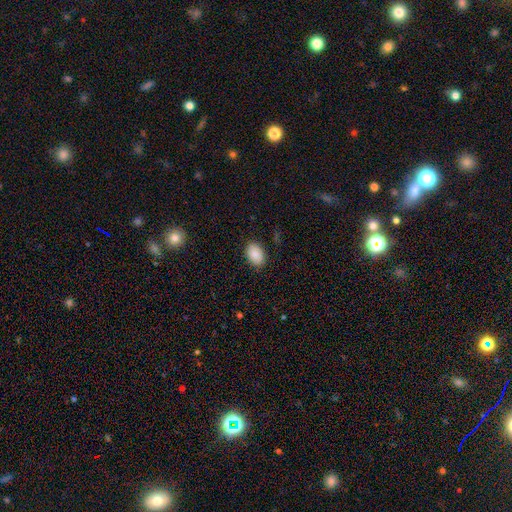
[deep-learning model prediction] The model was most divided on "how rounded": in between: 84%, round: 15%, cigar-shaped: 1%. More confident: merging — none (87%); smooth or featured — smooth (86%).